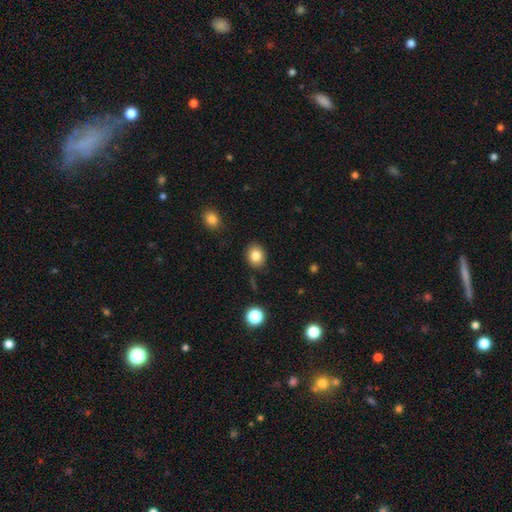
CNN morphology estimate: smooth_or_featured: smooth (p=0.83) [alt: star or artifact p=0.10]
how_rounded: round (p=0.58) [alt: in between p=0.41]
merging: none (p=0.87) [alt: minor disturbance p=0.09]